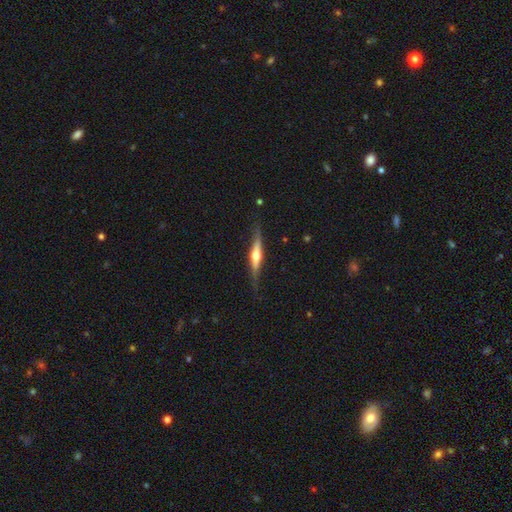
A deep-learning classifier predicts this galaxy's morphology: This is likely a featured or disk galaxy (66%). It is clearly viewed edge-on (95%). Edge-on bulge: clearly rounded (88%). Merging: likely none (79%).